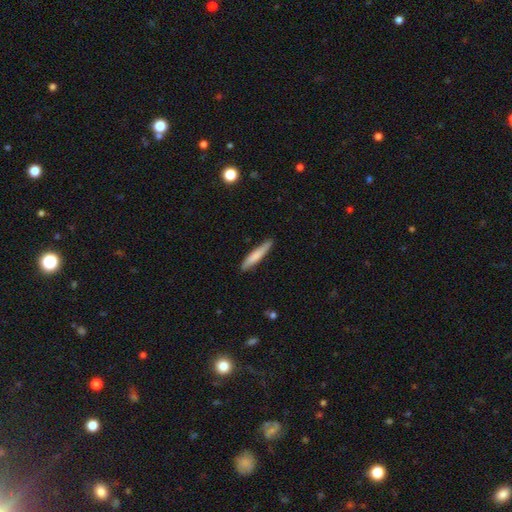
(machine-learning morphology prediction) Smooth or featured? Predicted: smooth (p=0.74). How rounded? Predicted: cigar-shaped (p=0.92). Merging? Predicted: none (p=0.84).